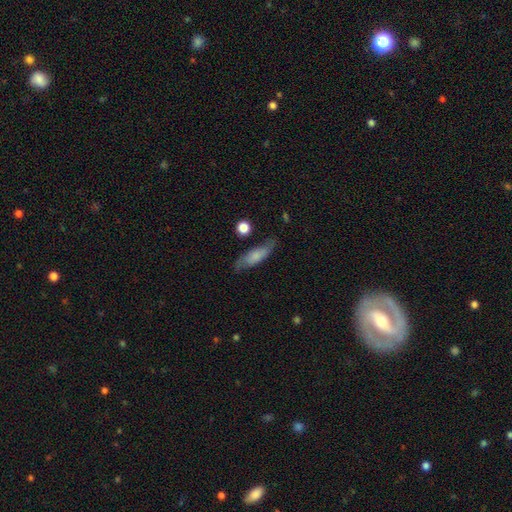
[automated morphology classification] This appears to be a smooth galaxy with no disk features (59%) that is cigar-shaped (49%). Merging: none (72%).